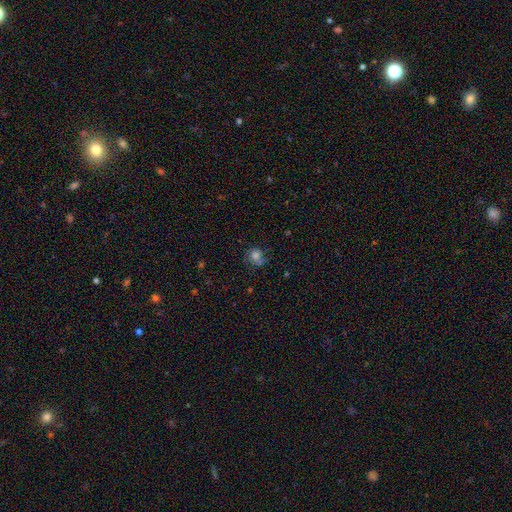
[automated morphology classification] A smooth galaxy with no disk features (68%) that is round (79%). Merging: none (58%).